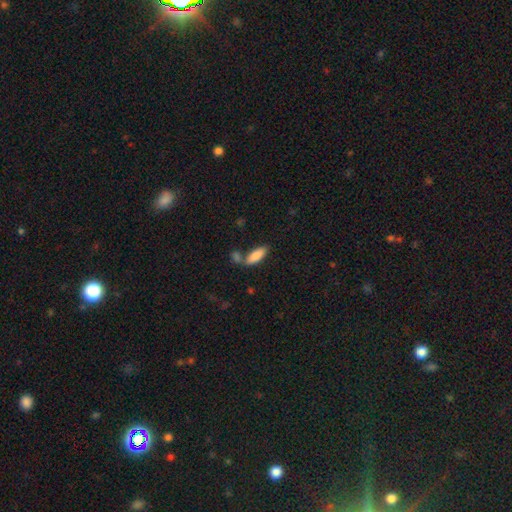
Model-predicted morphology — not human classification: Smooth or featured? smooth (85%)
How rounded? in between (65%)
Merging? none (60%)